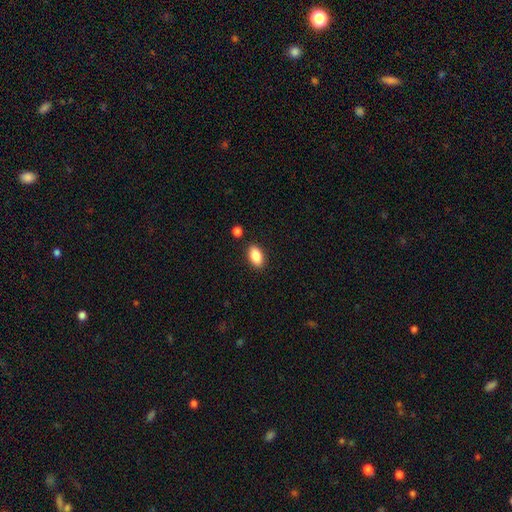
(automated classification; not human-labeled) Smooth or featured? smooth (87%)
How rounded? in between (91%)
Merging? none (87%)